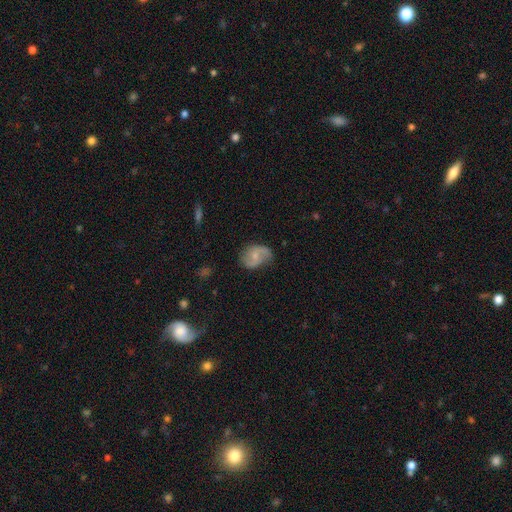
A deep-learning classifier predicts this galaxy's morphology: Smooth or featured: featured or disk — 56% (smooth — 37%)
Edge-on disk: no — 97% (yes — 3%)
Bar: no — 56% (weak — 35%)
Spiral arms: yes — 84% (no — 16%)
Bulge size: small — 54% (moderate — 39%)
Merging: none — 59% (minor disturbance — 29%)